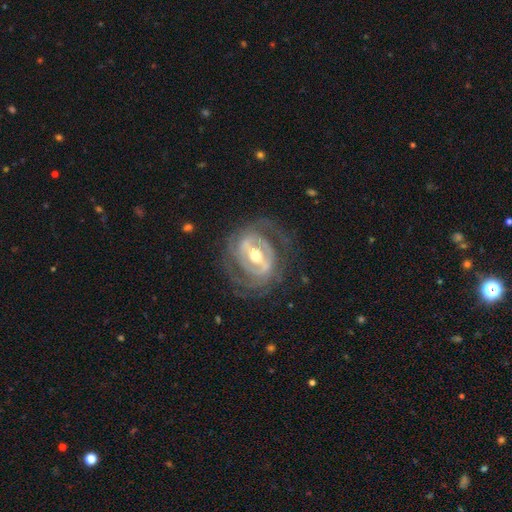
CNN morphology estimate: Q: Smooth or featured?
A: featured or disk (89%); runner-up: smooth (7%)
Q: Edge-on disk?
A: no (95%); runner-up: yes (5%)
Q: Bar?
A: strong (59%); runner-up: weak (29%)
Q: Spiral arms?
A: yes (86%); runner-up: no (14%)
Q: Spiral winding?
A: tight (57%); runner-up: medium (32%)
Q: Spiral arm count?
A: 2 (45%); runner-up: can't tell (25%)
Q: Bulge size?
A: moderate (73%); runner-up: small (16%)
Q: Merging?
A: none (71%); runner-up: minor disturbance (15%)